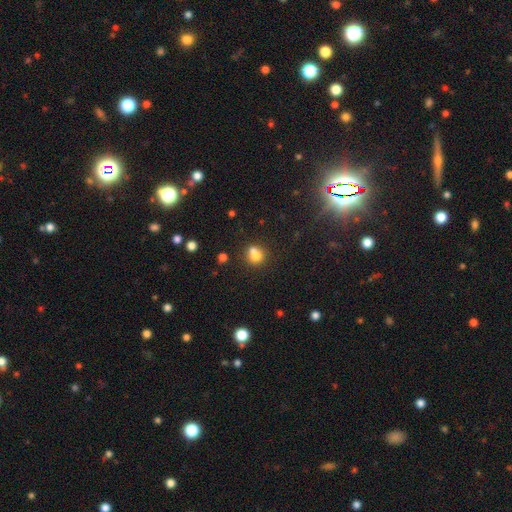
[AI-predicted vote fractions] Q: Smooth or featured?
A: smooth (71%); runner-up: featured or disk (15%)
Q: How rounded?
A: round (78%); runner-up: in between (21%)
Q: Merging?
A: merger (48%); runner-up: none (39%)